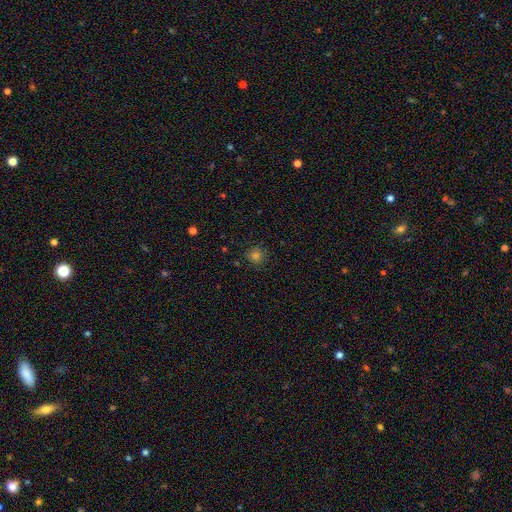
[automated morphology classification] The model was most divided on "smooth or featured": smooth: 76%, star or artifact: 19%, featured or disk: 5%. More confident: how rounded — round (92%); merging — none (87%).